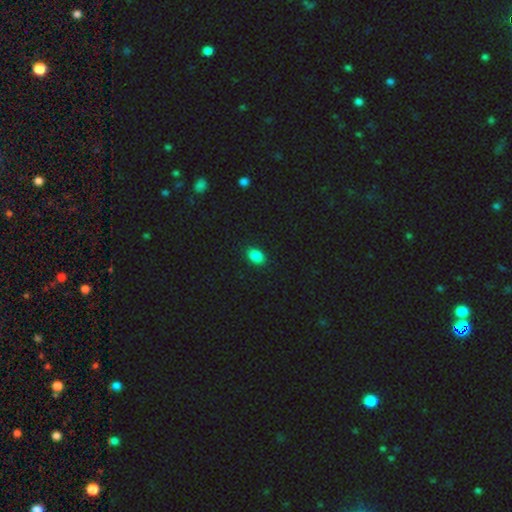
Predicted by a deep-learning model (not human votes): Smooth or featured?
  - smooth: 86% *
  - star or artifact: 10%
  - featured or disk: 4%
How rounded?
  - in between: 81% *
  - round: 17%
  - cigar-shaped: 1%
Merging?
  - none: 89% *
  - minor disturbance: 8%
  - major disturbance: 2%
  - merger: 1%